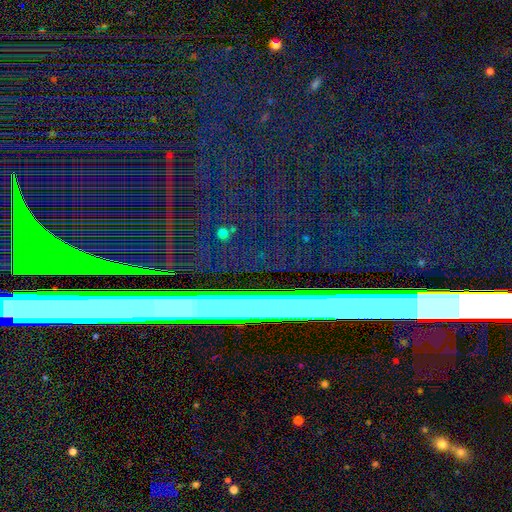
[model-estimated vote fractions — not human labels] This appears to be a star or artifact, not a galaxy (74%).